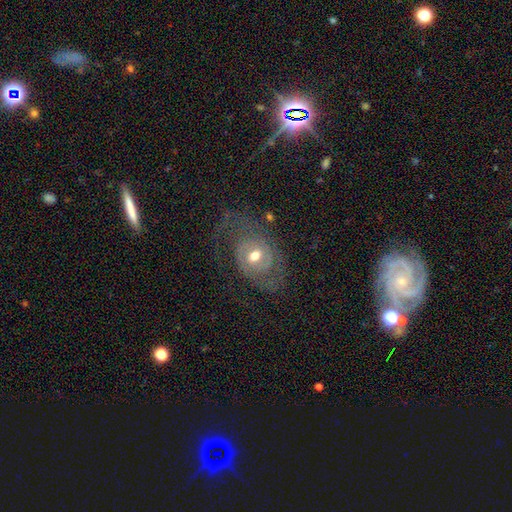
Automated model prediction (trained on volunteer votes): Smooth or featured? Predicted: featured or disk (p=0.76). Edge-on disk? Predicted: no (p=0.96). Bar? Predicted: no (p=0.61). Spiral arms? Predicted: yes (p=0.81). Spiral winding? Predicted: tight (p=0.40). Spiral arm count? Predicted: 2 (p=0.57). Bulge size? Predicted: moderate (p=0.74). Merging? Predicted: none (p=0.58).